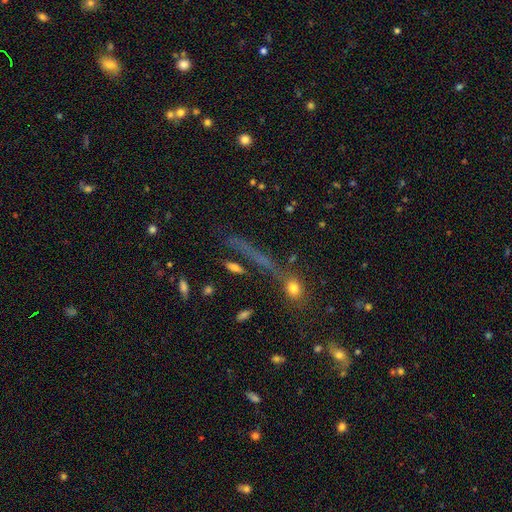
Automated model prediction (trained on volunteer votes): smooth-or-featured: star or artifact: 42% | smooth: 34% | featured or disk: 25%